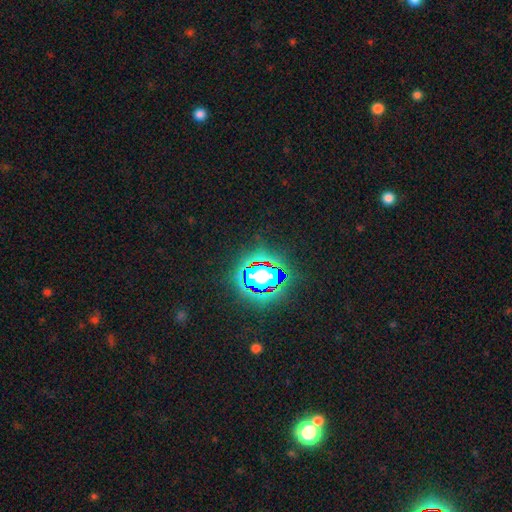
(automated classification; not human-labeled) The model was most divided on "smooth or featured": star or artifact: 82%, smooth: 11%, featured or disk: 7%.